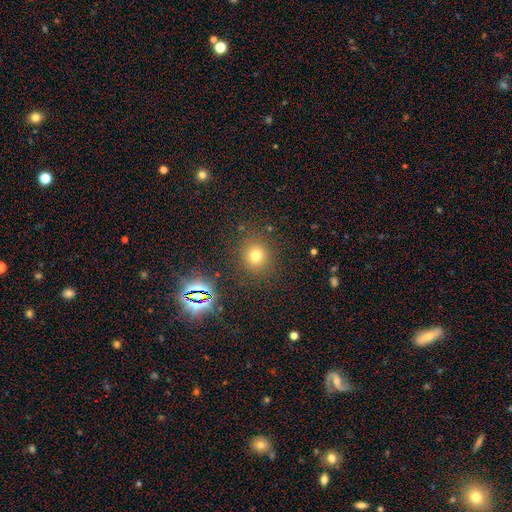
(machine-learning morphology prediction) smooth 70%, star or artifact 22%, featured or disk 8%. Down the decision tree: how rounded — round (87%); merging — none (85%).